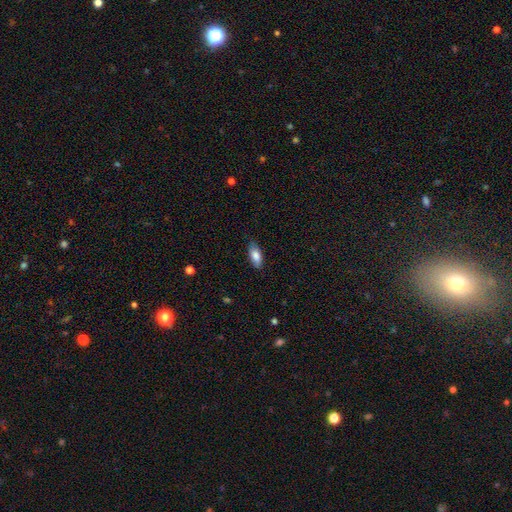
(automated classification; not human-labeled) Overall: smooth (82%). How rounded: in between (83%). Merging: none (83%).